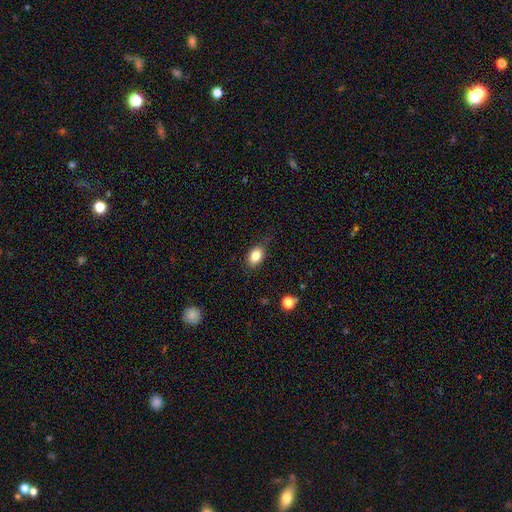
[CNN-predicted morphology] Q: Smooth or featured?
A: smooth (83%); runner-up: star or artifact (9%)
Q: How rounded?
A: in between (79%); runner-up: round (19%)
Q: Merging?
A: none (77%); runner-up: minor disturbance (18%)